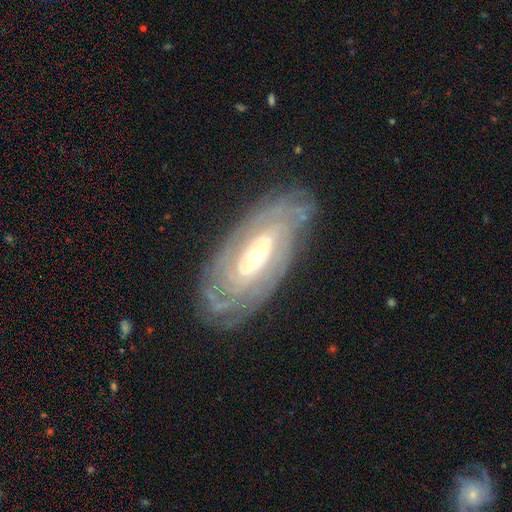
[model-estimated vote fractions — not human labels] A featured or disk galaxy (86%) with no bar (59%), tight (80%) spiral arms (92%) and a moderate central bulge (50%). Merging: none (78%).